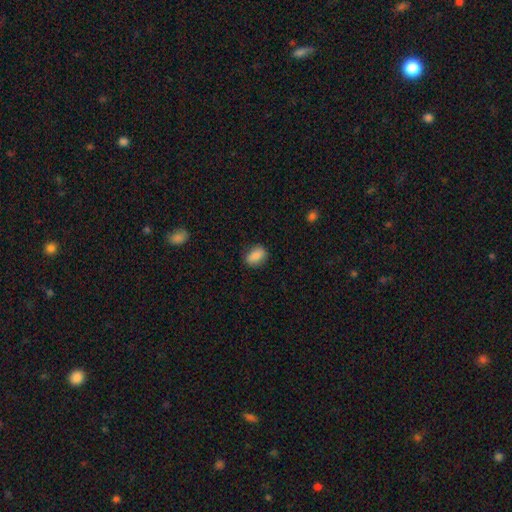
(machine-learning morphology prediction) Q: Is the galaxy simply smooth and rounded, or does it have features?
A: smooth — 86%.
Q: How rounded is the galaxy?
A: in between — 76%.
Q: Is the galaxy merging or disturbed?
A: none — 81%.